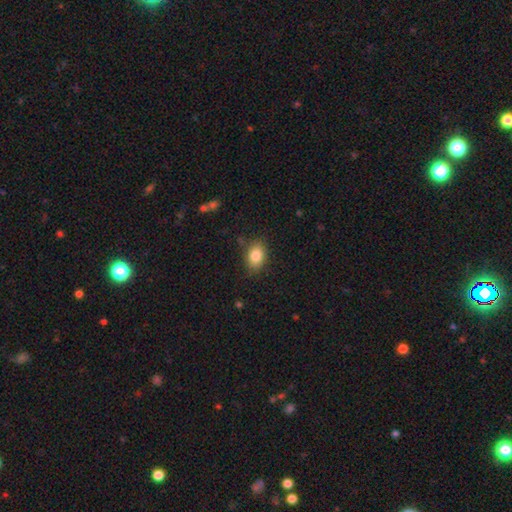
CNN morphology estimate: This appears to be a smooth galaxy with no disk features (84%) that is in between round and cigar-shaped (78%). Merging: none (80%).